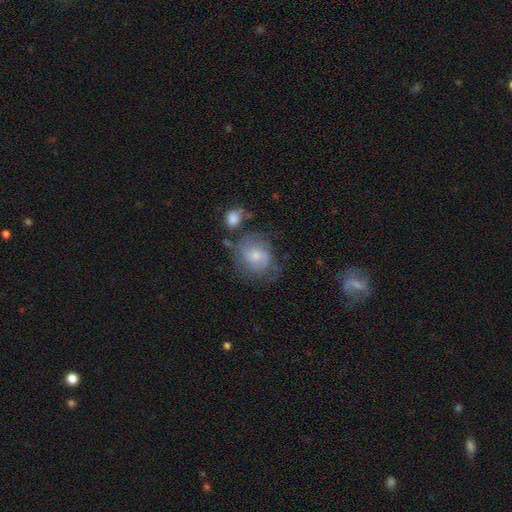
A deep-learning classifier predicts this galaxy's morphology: The model was most divided on "bulge size": small: 49%, moderate: 39%, none: 6%, large: 4%, dominant: 1%. More confident: edge-on disk — no (97%); spiral arms — yes (80%); bar — no (60%); smooth or featured — featured or disk (56%); merging — none (52%).